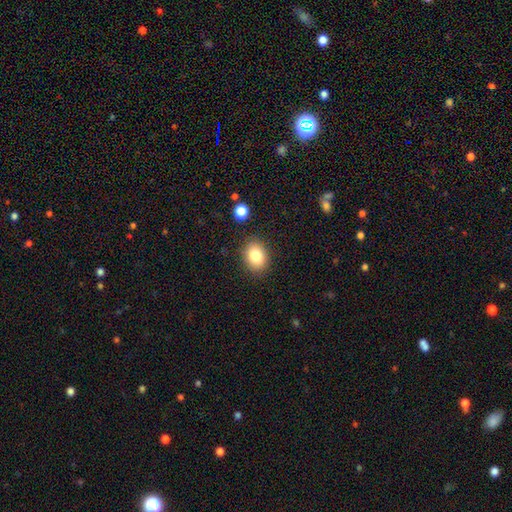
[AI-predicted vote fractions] smooth_or_featured: smooth (p=0.83) [alt: star or artifact p=0.09]
how_rounded: in between (p=0.68) [alt: round p=0.31]
merging: none (p=0.86) [alt: minor disturbance p=0.10]